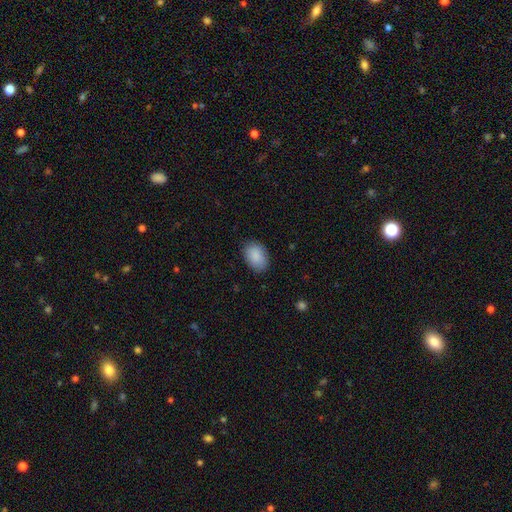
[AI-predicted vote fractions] smooth-or-featured: smooth: 89% | star or artifact: 7% | featured or disk: 4%
  how-rounded: in between: 84% | round: 15% | cigar-shaped: 1%
  merging: none: 84% | minor disturbance: 12% | major disturbance: 3% | merger: 1%